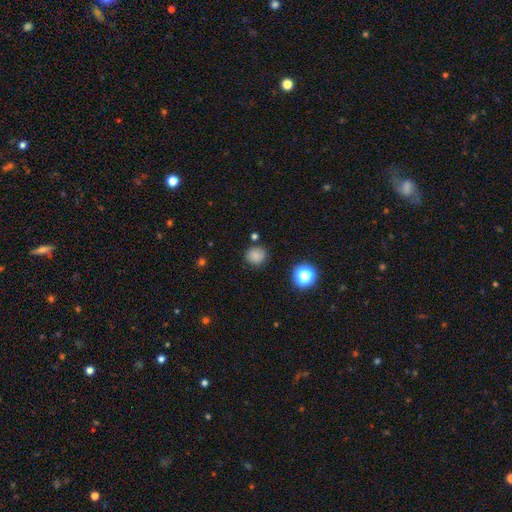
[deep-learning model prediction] The model was most divided on "smooth or featured": smooth: 81%, star or artifact: 14%, featured or disk: 5%. More confident: how rounded — round (89%); merging — none (81%).